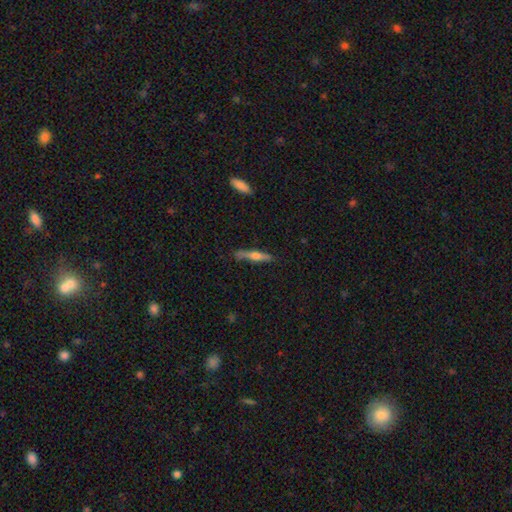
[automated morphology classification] Overall: featured or disk (50%; smooth 44%). Merging: none (79%).